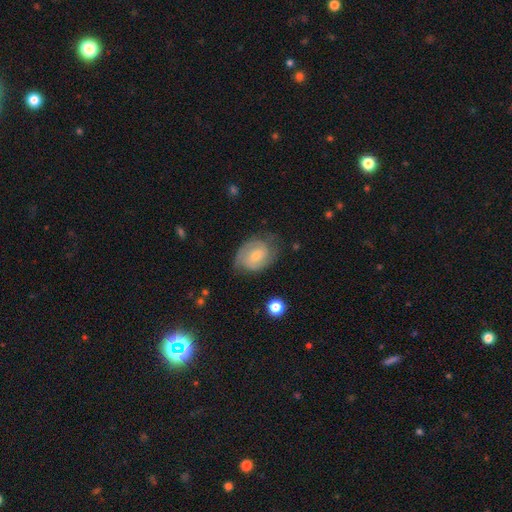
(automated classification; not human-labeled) This is likely a featured or disk galaxy (66%). It is clearly not viewed edge-on (97%). Bar: possibly no (49%). Spiral arm pattern: clearly yes (87%). Spiral arm count: likely 2 (67%). Spiral winding: possibly tight (48%). Central bulge: possibly small (55%). Merging: likely none (68%).